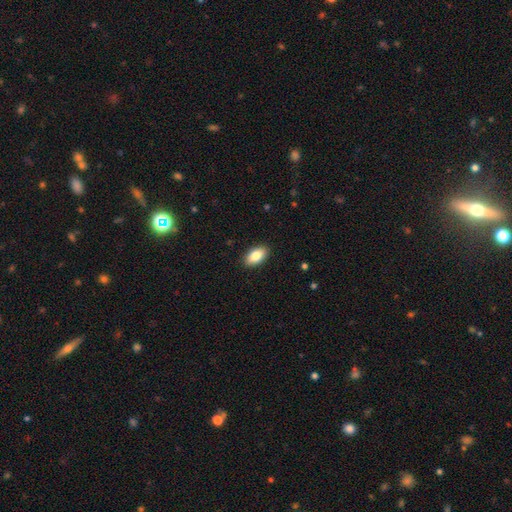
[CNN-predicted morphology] smooth_or_featured: smooth (p=0.83) [alt: featured or disk p=0.10]
how_rounded: in between (p=0.93) [alt: round p=0.04]
merging: none (p=0.90) [alt: minor disturbance p=0.07]